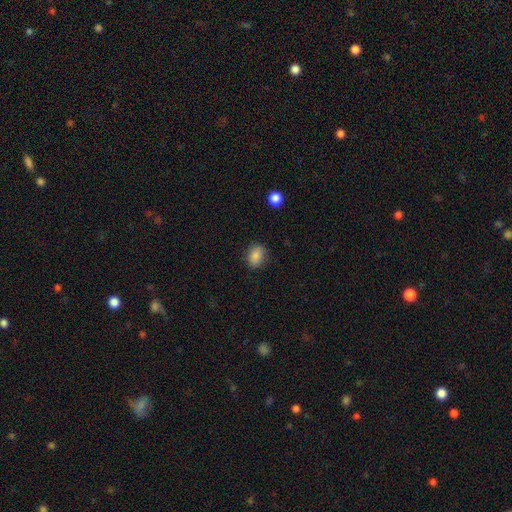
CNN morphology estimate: Smooth or featured?
  - smooth: 86% *
  - star or artifact: 9%
  - featured or disk: 4%
How rounded?
  - in between: 61% *
  - round: 38%
  - cigar-shaped: 1%
Merging?
  - none: 83% *
  - minor disturbance: 13%
  - major disturbance: 3%
  - merger: 1%